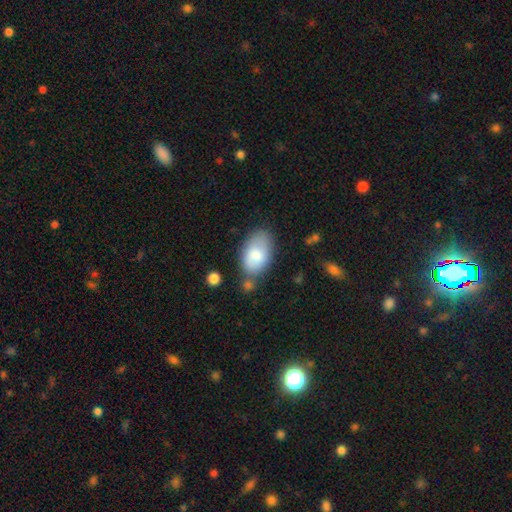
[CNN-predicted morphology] Smooth or featured: smooth — 76% (featured or disk — 18%)
How rounded: in between — 93% (round — 6%)
Merging: none — 61% (minor disturbance — 23%)